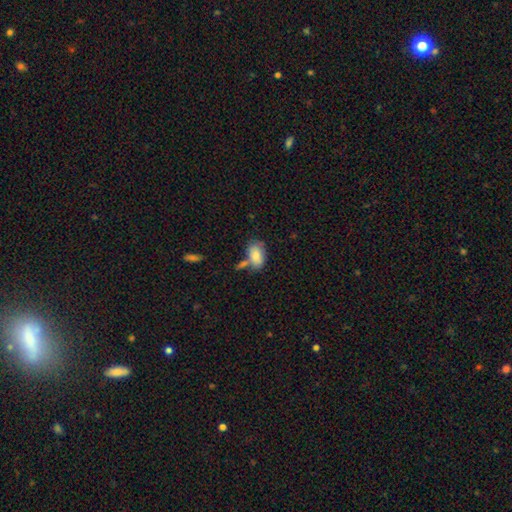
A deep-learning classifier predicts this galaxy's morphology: This is clearly a smooth galaxy (81%). How rounded: clearly in between (91%). Merging: possibly none (51%).